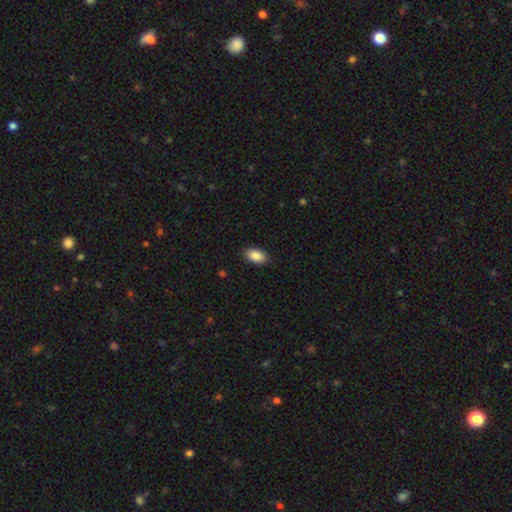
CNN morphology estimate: The model was most divided on "merging": none: 88%, minor disturbance: 9%, major disturbance: 2%, merger: 1%. More confident: how rounded — in between (93%); smooth or featured — smooth (88%).